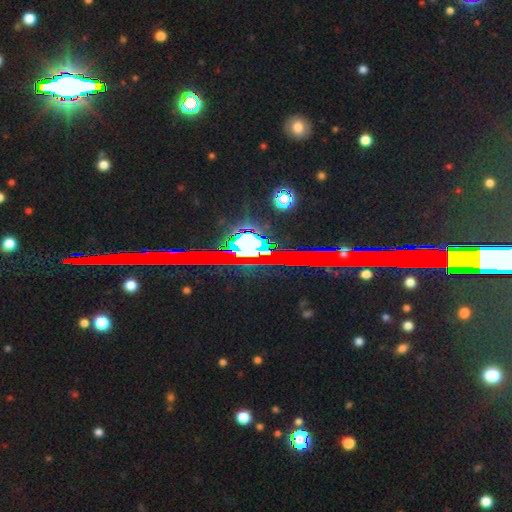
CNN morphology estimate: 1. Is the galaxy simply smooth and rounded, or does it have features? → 71% star or artifact, 15% featured or disk, 15% smooth.